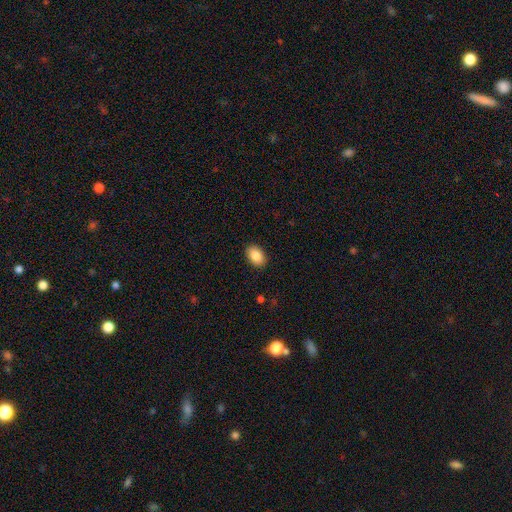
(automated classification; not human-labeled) smooth 88%, star or artifact 7%, featured or disk 5%. Down the decision tree: how rounded — in between (84%); merging — none (89%).